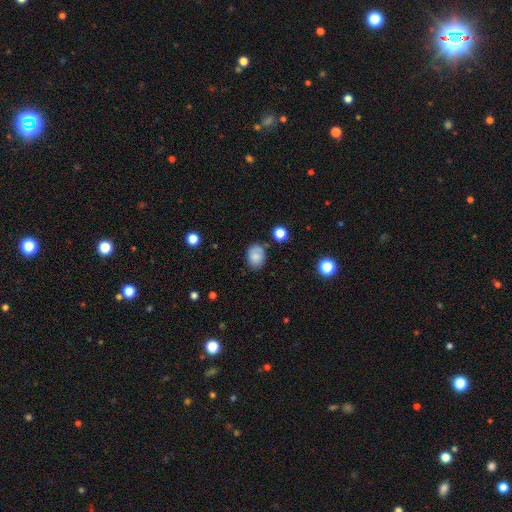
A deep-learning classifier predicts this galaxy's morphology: Smooth or featured? smooth (72%)
How rounded? in between (61%)
Merging? none (70%)